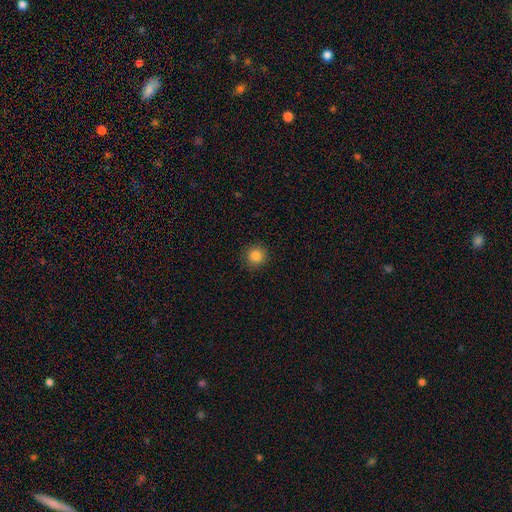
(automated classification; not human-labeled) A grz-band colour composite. It shows a smooth galaxy with no disk features (85%) that is round (94%). Merging: none (91%).